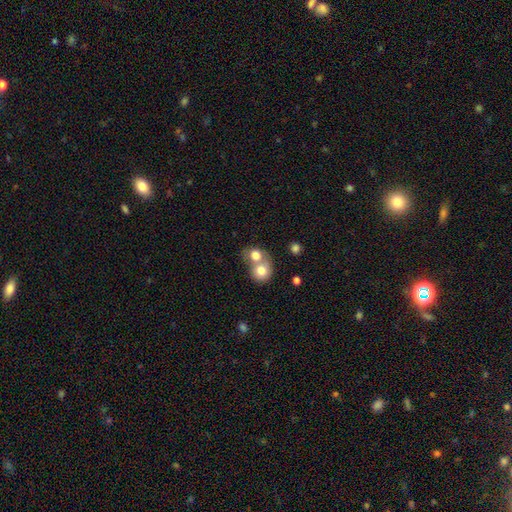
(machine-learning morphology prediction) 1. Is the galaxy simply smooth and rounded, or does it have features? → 75% smooth, 16% featured or disk, 8% star or artifact.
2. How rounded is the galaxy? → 69% round, 30% in between, 1% cigar-shaped.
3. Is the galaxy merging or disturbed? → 69% merger, 21% none, 6% minor disturbance, 4% major disturbance.